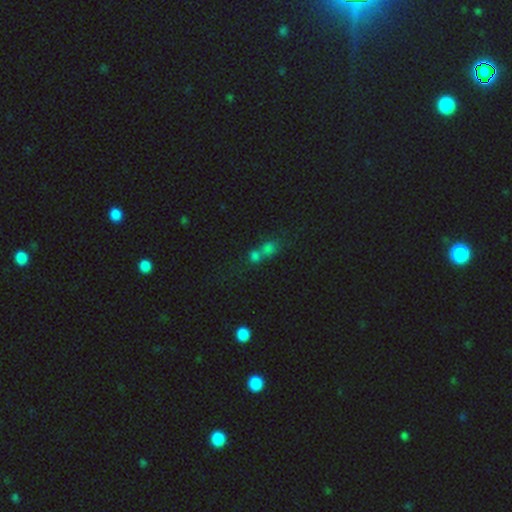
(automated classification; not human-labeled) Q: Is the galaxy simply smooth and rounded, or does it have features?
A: smooth — 63%.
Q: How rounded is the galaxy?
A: round — 63%.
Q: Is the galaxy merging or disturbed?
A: merger — 62%.